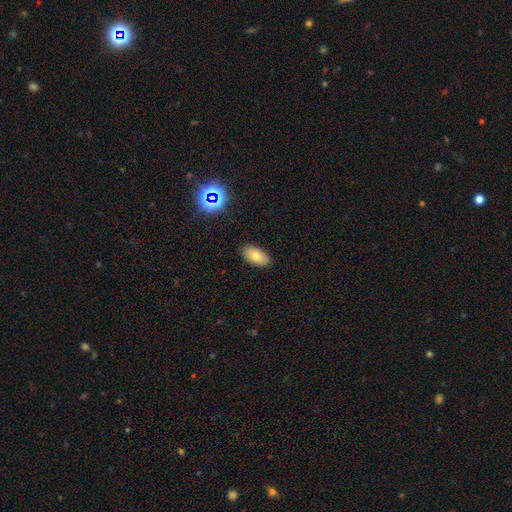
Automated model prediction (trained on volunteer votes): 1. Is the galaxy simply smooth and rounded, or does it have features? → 77% smooth, 14% featured or disk, 9% star or artifact.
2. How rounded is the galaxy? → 93% in between, 4% round, 3% cigar-shaped.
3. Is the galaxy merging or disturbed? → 88% none, 9% minor disturbance, 2% major disturbance, 1% merger.